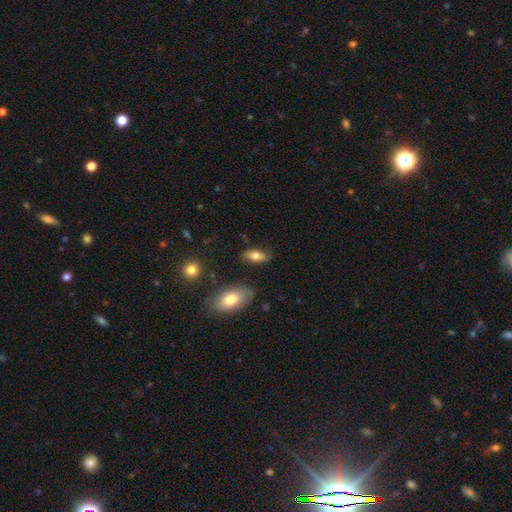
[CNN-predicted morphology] Smooth or featured? Predicted: smooth (p=0.72). How rounded? Predicted: in between (p=0.84). Merging? Predicted: none (p=0.78).